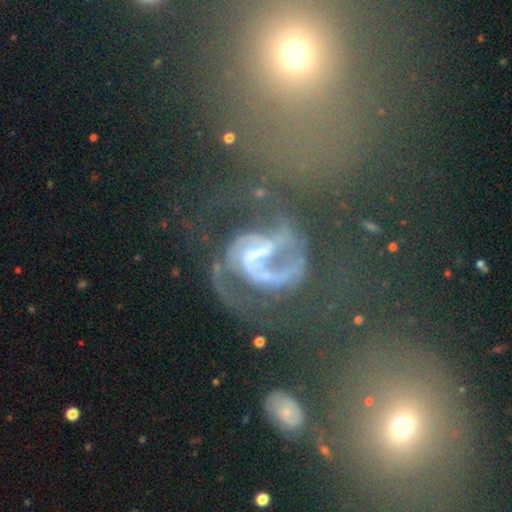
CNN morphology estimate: type=featured or disk (85%); edge-on=no (98%); bar=weak (45%); spiral arms=yes (94%); winding=medium (51%); arm count=2 (55%); bulge=small (48%); merging=major disturbance (39%).